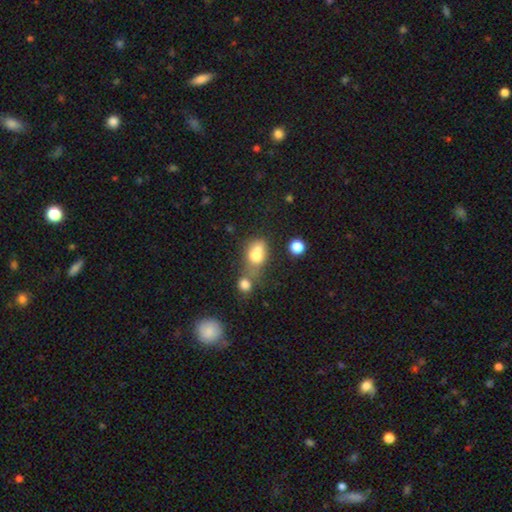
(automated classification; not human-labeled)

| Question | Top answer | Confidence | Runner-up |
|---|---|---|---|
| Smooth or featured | smooth | 71% | featured or disk (17%) |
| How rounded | in between | 61% | round (37%) |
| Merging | merger | 52% | none (25%) |